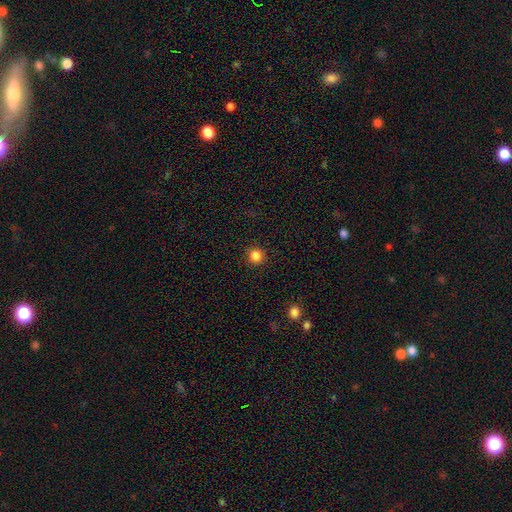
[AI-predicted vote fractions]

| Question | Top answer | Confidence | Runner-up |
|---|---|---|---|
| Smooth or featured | smooth | 85% | star or artifact (12%) |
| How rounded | round | 94% | in between (5%) |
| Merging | none | 93% | minor disturbance (5%) |